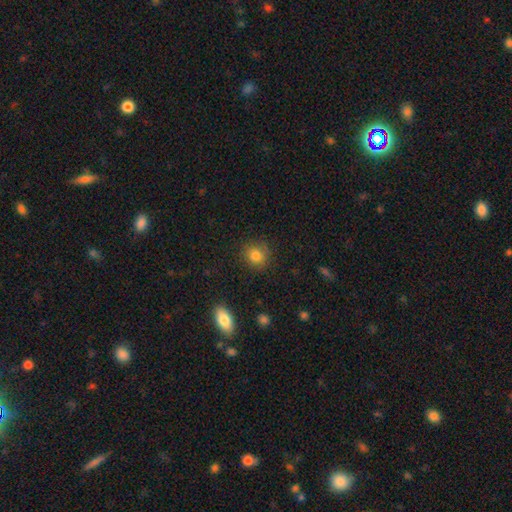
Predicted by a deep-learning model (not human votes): A smooth galaxy with no disk features (83%) that is round (88%).

Vote fractions:
- Smooth or featured? smooth: 83% / star or artifact: 11% / featured or disk: 6%
- How rounded? round: 88% / in between: 11% / cigar-shaped: 1%
- Merging? none: 85% / minor disturbance: 10% / major disturbance: 3% / merger: 2%